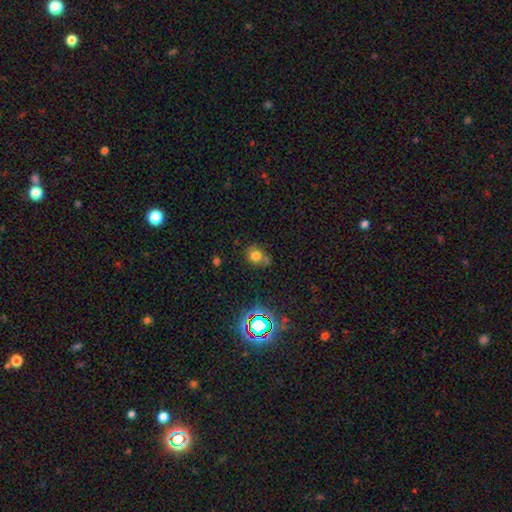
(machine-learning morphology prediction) A smooth galaxy with no disk features (69%) that is round (61%).

Vote fractions:
- Smooth or featured? smooth: 69% / star or artifact: 20% / featured or disk: 11%
- How rounded? round: 61% / in between: 38% / cigar-shaped: 1%
- Merging? none: 54% / minor disturbance: 25% / merger: 11% / major disturbance: 9%